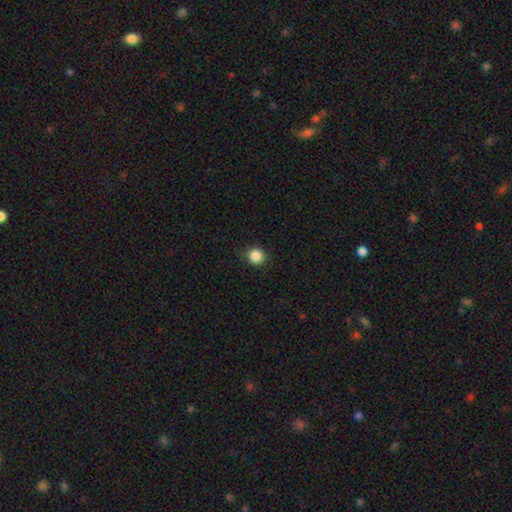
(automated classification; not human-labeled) Overall: smooth (87%). How rounded: round (92%). Merging: none (90%).